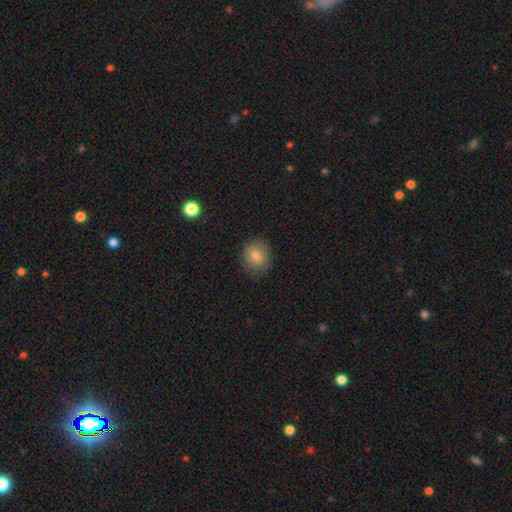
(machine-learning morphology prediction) Smooth or featured? Predicted: smooth (p=0.77). How rounded? Predicted: round (p=0.68). Merging? Predicted: none (p=0.83).